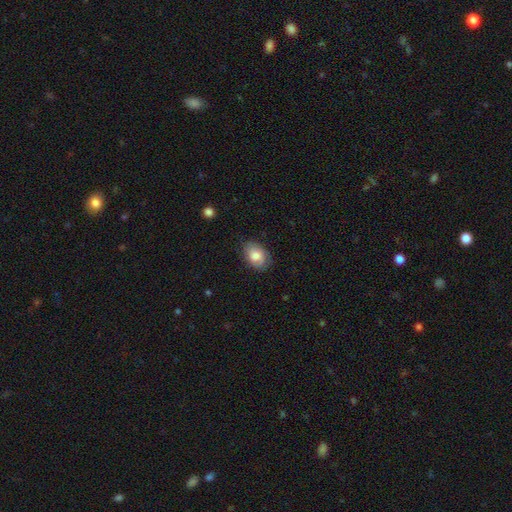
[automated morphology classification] This is likely a smooth galaxy (78%). How rounded: likely in between (80%). Merging: clearly none (81%).